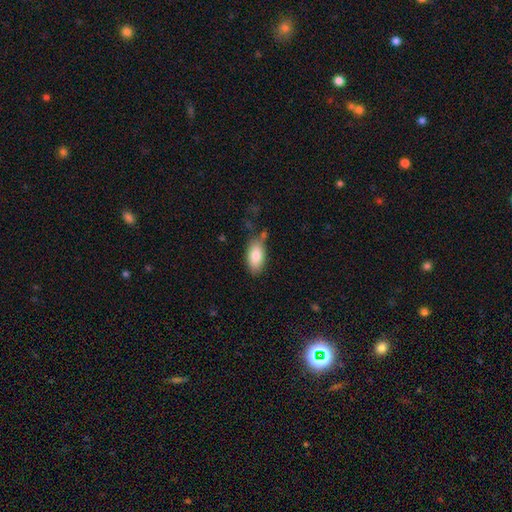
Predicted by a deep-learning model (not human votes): Overall: smooth (83%). How rounded: in between (93%). Merging: none (69%).